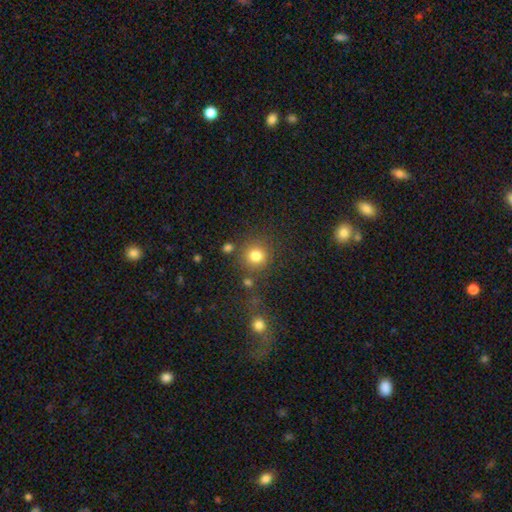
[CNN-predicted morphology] A smooth galaxy with no disk features (81%) that is round (92%).

Vote fractions:
- Smooth or featured? smooth: 81% / star or artifact: 13% / featured or disk: 6%
- How rounded? round: 92% / in between: 7% / cigar-shaped: 1%
- Merging? none: 77% / minor disturbance: 9% / merger: 8% / major disturbance: 5%